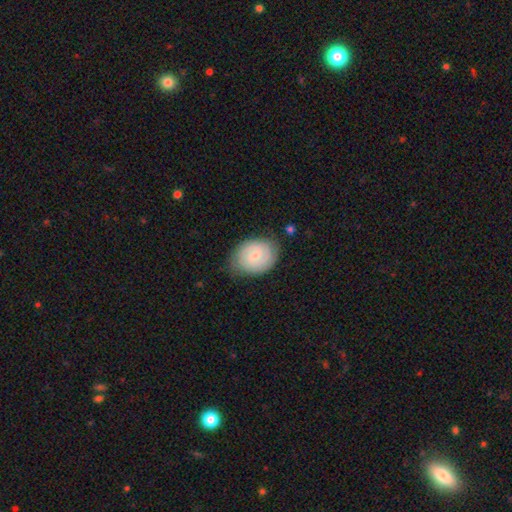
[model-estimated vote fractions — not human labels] This appears to be a featured or disk galaxy (73%) with no bar (47%), 2 (69%) tight (69%) spiral arms (94%) and a small central bulge (67%). Merging: none (79%).